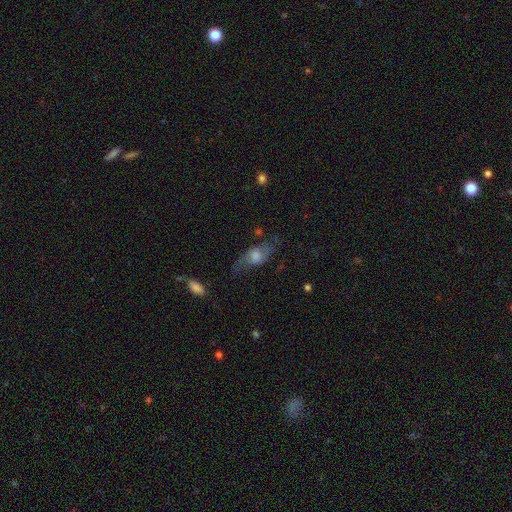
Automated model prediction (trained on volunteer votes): Smooth or featured? featured or disk (54%)
Edge-on disk? no (70%)
Merging? none (61%)